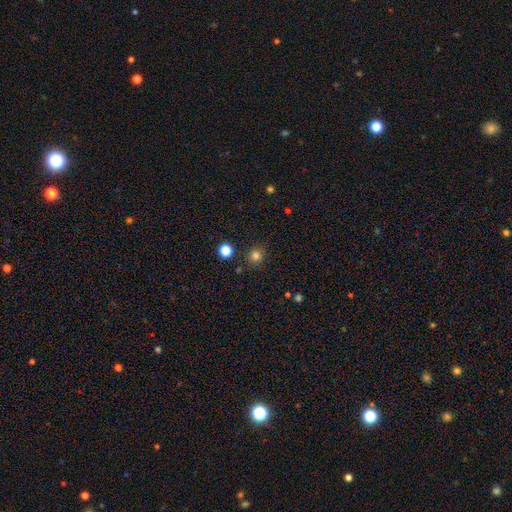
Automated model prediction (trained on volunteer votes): A smooth galaxy with no disk features (81%) that is round (91%). Merging: none (88%).